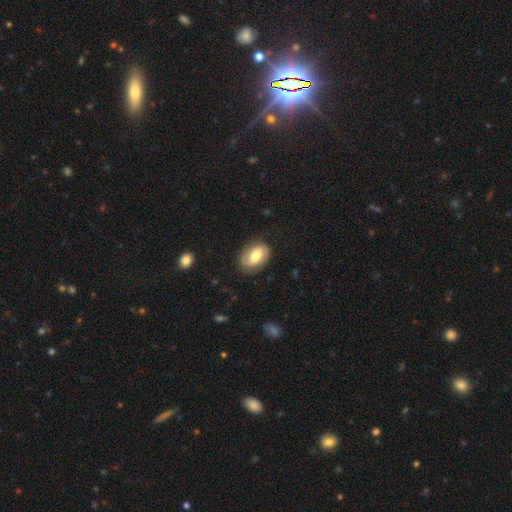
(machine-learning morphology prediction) This is likely a smooth galaxy (65%). How rounded: clearly in between (88%). Merging: likely none (79%).